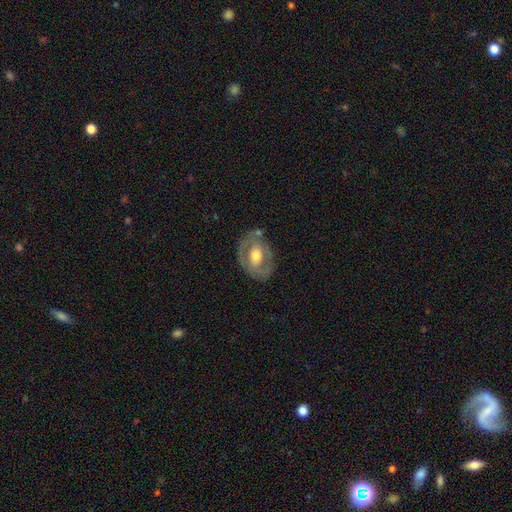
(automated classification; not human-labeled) This is likely a featured or disk galaxy (63%). It is clearly not viewed edge-on (93%). Bar: possibly no (54%). Spiral arm pattern: likely no (64%). Central bulge: likely moderate (68%). Merging: likely none (71%).